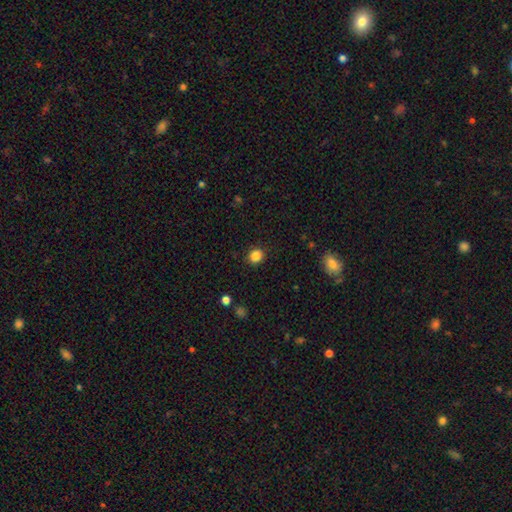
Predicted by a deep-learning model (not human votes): A smooth galaxy with no disk features (86%) that is round (77%). Merging: none (90%).